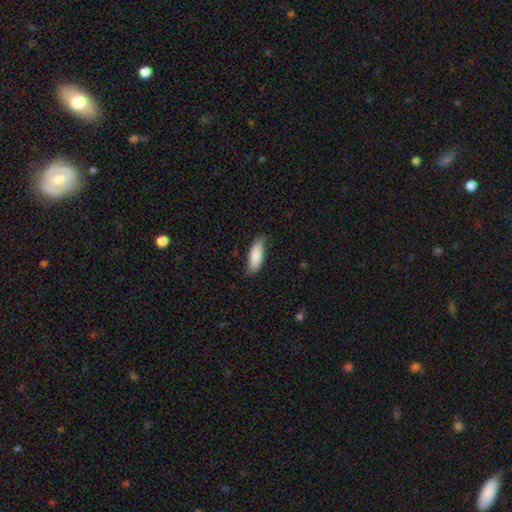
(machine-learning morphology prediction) smooth 84%, featured or disk 11%, star or artifact 5%. Down the decision tree: how rounded — in between (59%); merging — none (77%).